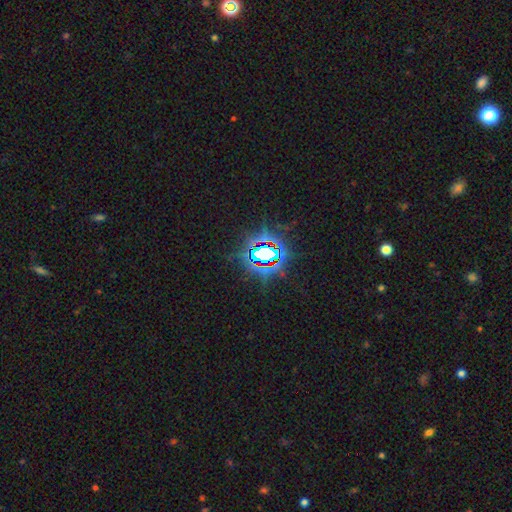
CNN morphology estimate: Smooth or featured? star or artifact (83%)